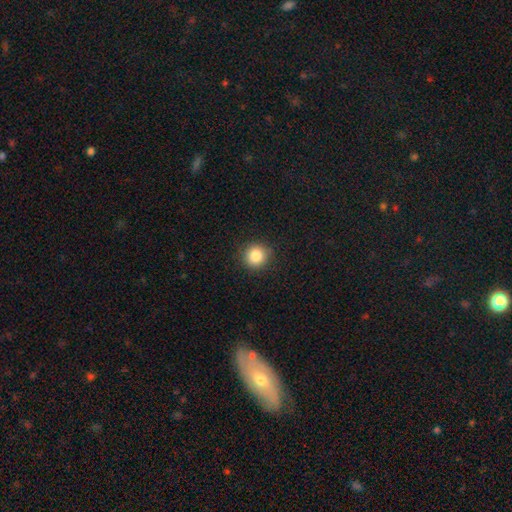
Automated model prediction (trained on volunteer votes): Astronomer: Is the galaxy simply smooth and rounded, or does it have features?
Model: smooth — 85%.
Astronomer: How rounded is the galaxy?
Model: round — 92%.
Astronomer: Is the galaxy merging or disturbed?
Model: none — 91%.